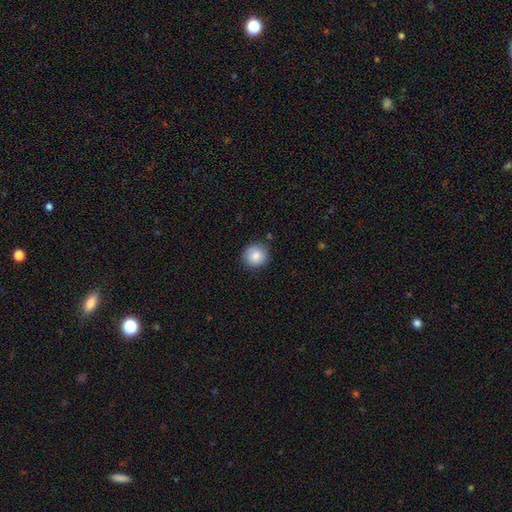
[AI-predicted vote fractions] This is clearly a smooth galaxy (84%). How rounded: clearly round (92%). Merging: clearly none (86%).